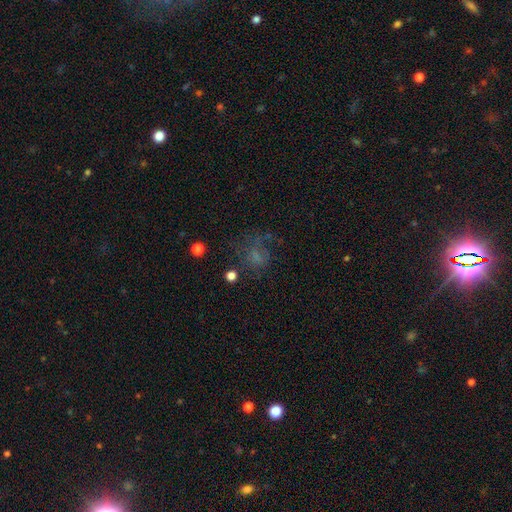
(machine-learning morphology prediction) Smooth or featured? Predicted: smooth (p=0.46). Merging? Predicted: none (p=0.47).